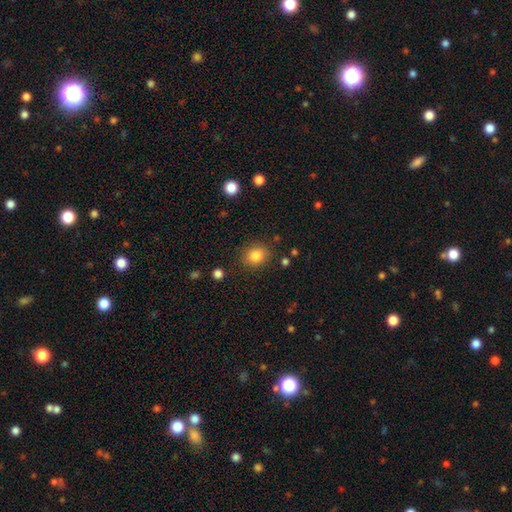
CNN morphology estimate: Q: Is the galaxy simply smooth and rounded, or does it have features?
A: smooth — 84%.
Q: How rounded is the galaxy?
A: round — 67%.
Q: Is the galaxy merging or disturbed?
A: none — 84%.